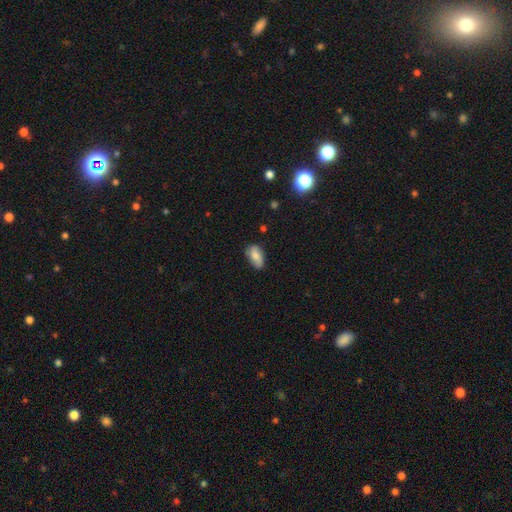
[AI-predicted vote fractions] This appears to be a smooth galaxy with no disk features (74%) that is in between round and cigar-shaped (91%). Merging: none (72%).